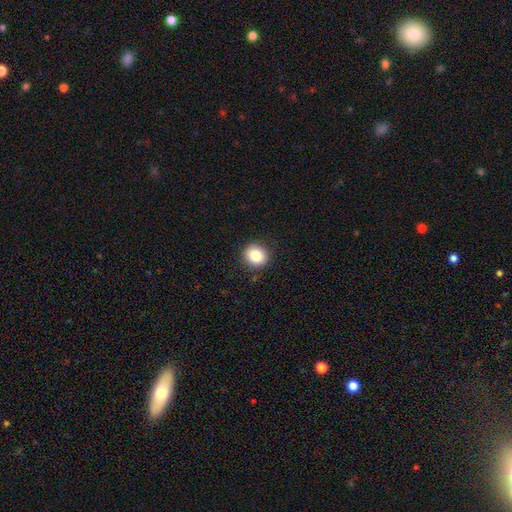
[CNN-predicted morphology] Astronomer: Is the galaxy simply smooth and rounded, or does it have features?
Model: smooth — 83%.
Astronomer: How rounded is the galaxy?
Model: round — 87%.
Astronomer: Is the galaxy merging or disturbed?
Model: none — 91%.